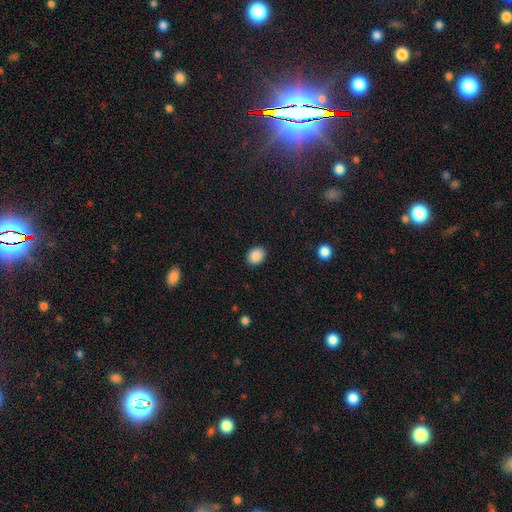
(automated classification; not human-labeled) A smooth galaxy with no disk features (89%) that is in between round and cigar-shaped (60%). Merging: none (89%).